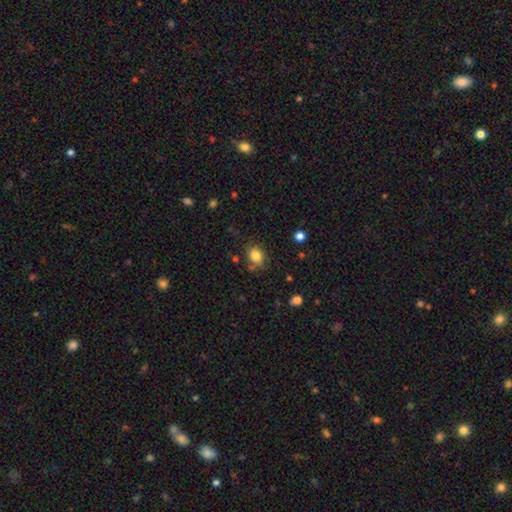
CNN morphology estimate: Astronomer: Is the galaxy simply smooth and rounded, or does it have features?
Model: smooth — 84%.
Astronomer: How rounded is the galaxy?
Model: round — 52% (runner-up: in between, 47%).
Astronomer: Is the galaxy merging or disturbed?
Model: none — 76%.